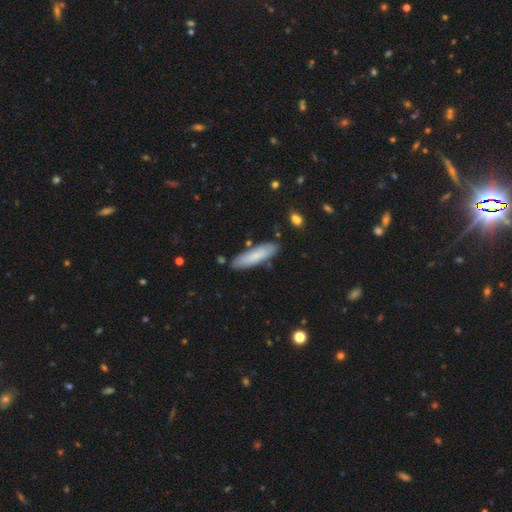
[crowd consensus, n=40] Smooth or featured? smooth (78%)
How rounded? cigar-shaped (61%)
Merging? none (84%)